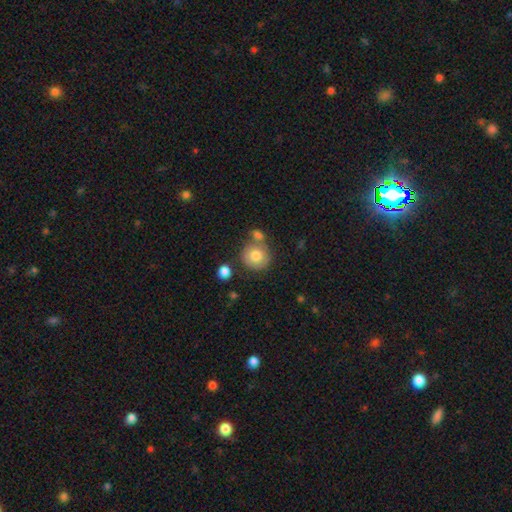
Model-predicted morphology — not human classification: Smooth or featured?
  - smooth: 77% *
  - featured or disk: 15%
  - star or artifact: 8%
How rounded?
  - round: 89% *
  - in between: 10%
  - cigar-shaped: 1%
Merging?
  - none: 60% *
  - merger: 21%
  - minor disturbance: 14%
  - major disturbance: 5%